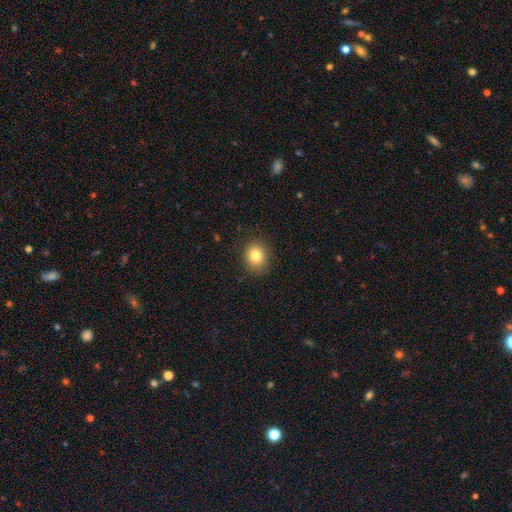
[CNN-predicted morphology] Smooth or featured? Predicted: smooth (p=0.81). How rounded? Predicted: round (p=0.69). Merging? Predicted: none (p=0.86).